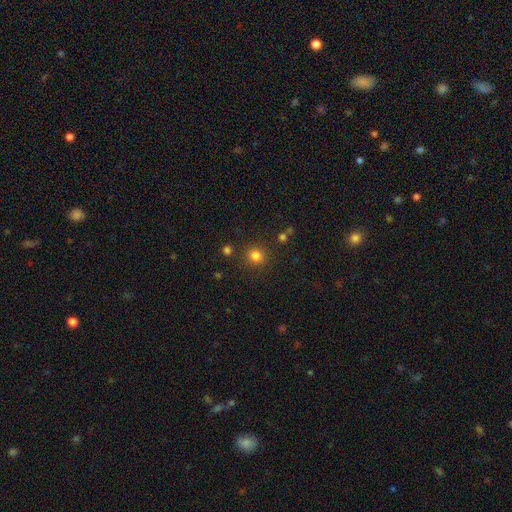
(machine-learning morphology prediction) Smooth or featured? Predicted: smooth (p=0.82). How rounded? Predicted: round (p=0.88). Merging? Predicted: none (p=0.85).